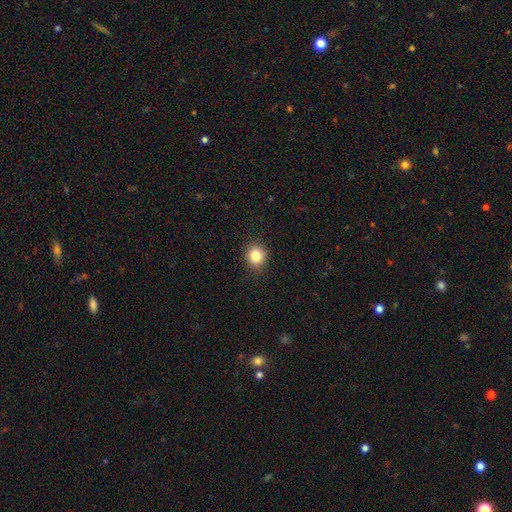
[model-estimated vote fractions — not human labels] Overall: smooth (83%). How rounded: round (77%). Merging: none (89%).